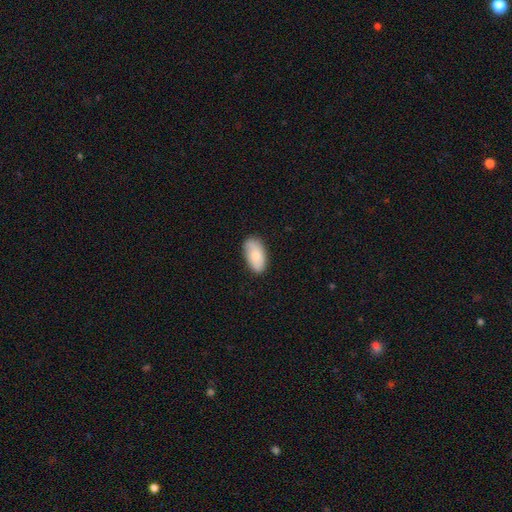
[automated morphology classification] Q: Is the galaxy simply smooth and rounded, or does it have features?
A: smooth — 82%.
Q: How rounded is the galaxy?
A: in between — 94%.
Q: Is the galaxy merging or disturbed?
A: none — 81%.